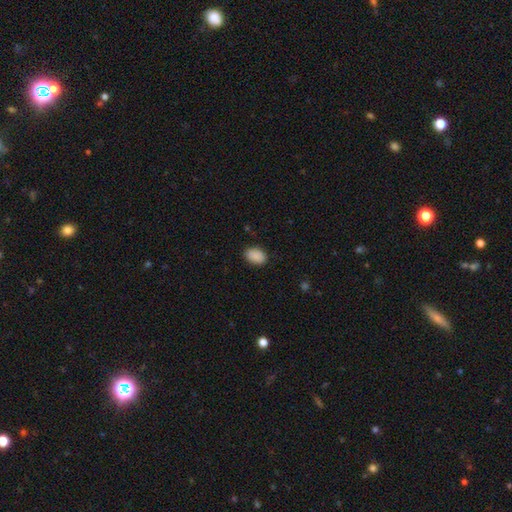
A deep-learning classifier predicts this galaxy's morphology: type=smooth (90%); roundness=in between (86%); merging=none (87%).